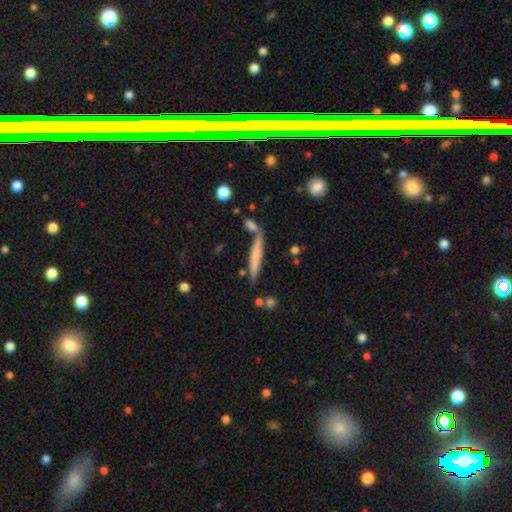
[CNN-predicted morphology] smooth-or-featured: smooth: 61% | featured or disk: 33% | star or artifact: 7%
  how-rounded: cigar-shaped: 93% | in between: 5% | round: 2%
  merging: none: 70% | minor disturbance: 13% | merger: 13% | major disturbance: 4%